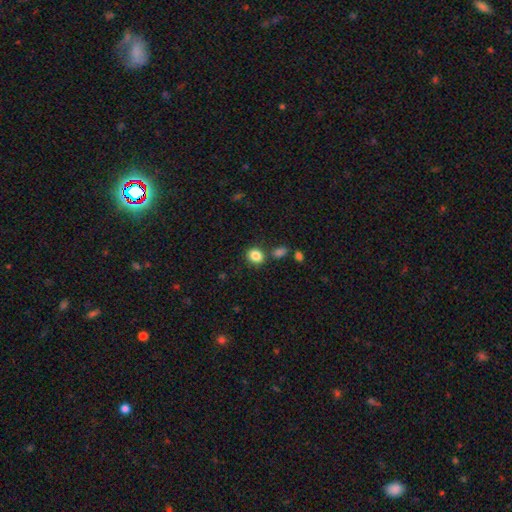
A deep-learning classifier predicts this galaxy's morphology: The model was most divided on "how rounded": round: 59%, in between: 40%, cigar-shaped: 1%. More confident: smooth or featured — smooth (86%); merging — none (77%).